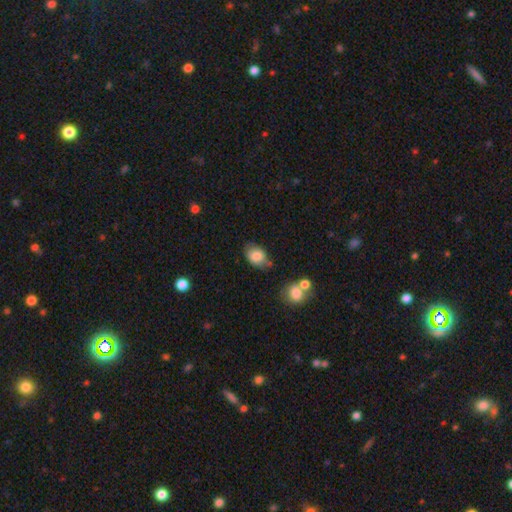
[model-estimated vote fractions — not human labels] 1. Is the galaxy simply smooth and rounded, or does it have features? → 80% smooth, 12% featured or disk, 8% star or artifact.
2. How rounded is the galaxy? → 76% in between, 23% round, 1% cigar-shaped.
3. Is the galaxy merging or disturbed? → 59% none, 26% minor disturbance, 9% merger, 6% major disturbance.